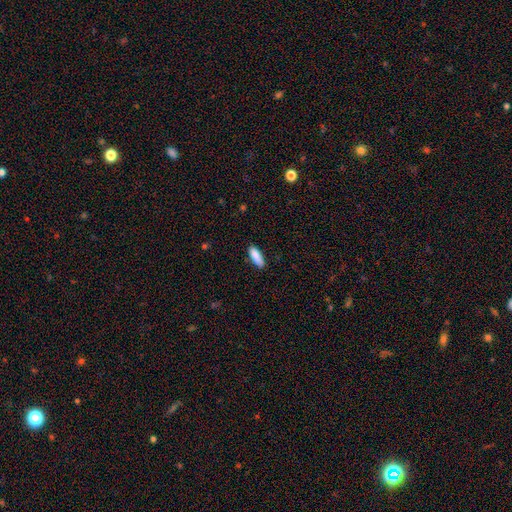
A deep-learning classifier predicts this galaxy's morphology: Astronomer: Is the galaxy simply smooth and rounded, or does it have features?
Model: smooth — 88%.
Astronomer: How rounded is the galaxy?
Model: in between — 65%.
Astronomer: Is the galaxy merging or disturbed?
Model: none — 84%.